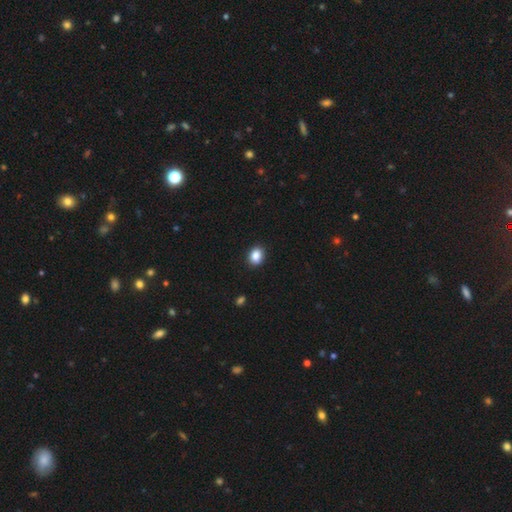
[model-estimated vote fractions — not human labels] A smooth galaxy with no disk features (87%) that is in between round and cigar-shaped (62%). Merging: none (90%).